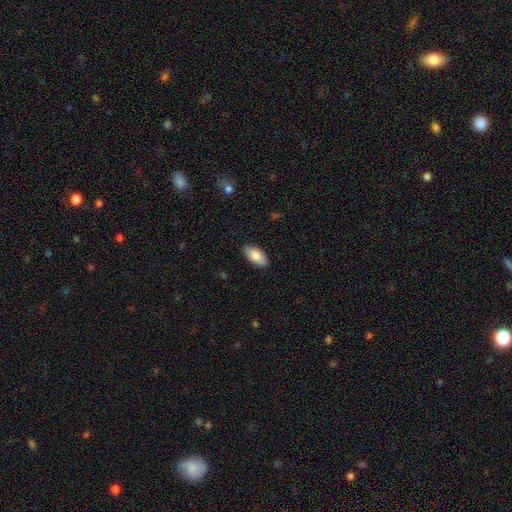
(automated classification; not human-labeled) Smooth or featured? Predicted: smooth (p=0.82). How rounded? Predicted: in between (p=0.93). Merging? Predicted: none (p=0.88).